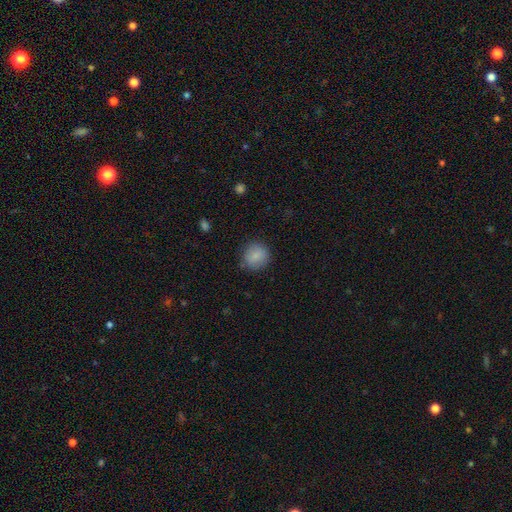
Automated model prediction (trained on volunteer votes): Q: Smooth or featured?
A: smooth (85%); runner-up: star or artifact (8%)
Q: How rounded?
A: round (86%); runner-up: in between (13%)
Q: Merging?
A: none (84%); runner-up: minor disturbance (12%)